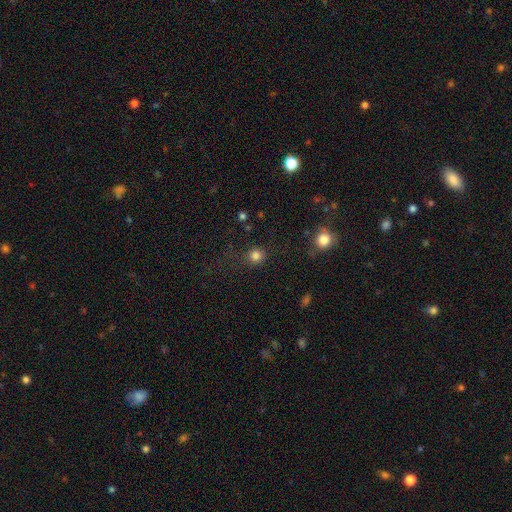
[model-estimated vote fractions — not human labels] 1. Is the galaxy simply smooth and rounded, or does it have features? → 82% smooth, 13% star or artifact, 5% featured or disk.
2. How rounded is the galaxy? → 90% round, 9% in between, 1% cigar-shaped.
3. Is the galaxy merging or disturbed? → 83% none, 10% minor disturbance, 5% major disturbance, 2% merger.